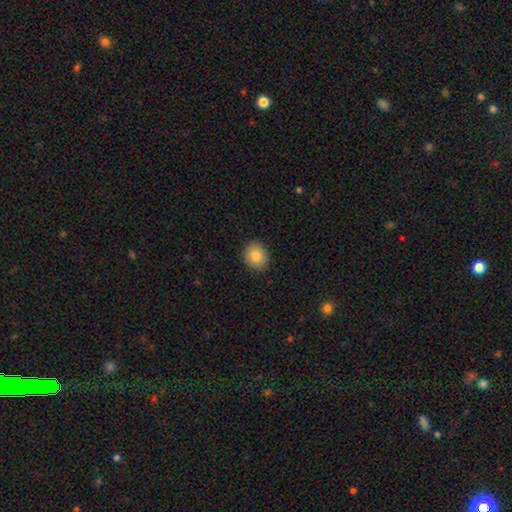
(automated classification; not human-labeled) Overall: smooth (86%). How rounded: round (73%). Merging: none (89%).